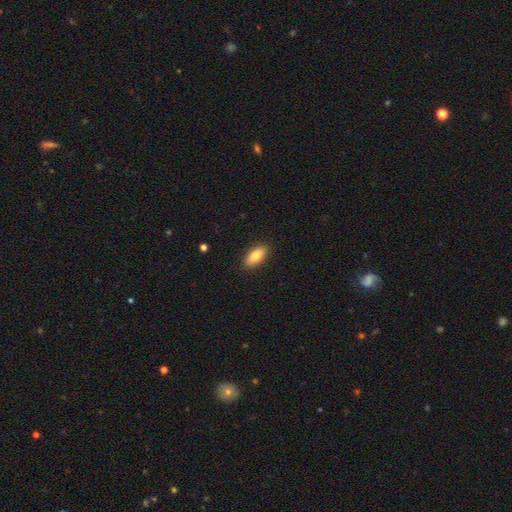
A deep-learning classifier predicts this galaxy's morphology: Smooth or featured: smooth — 80% (featured or disk — 14%)
How rounded: in between — 82% (cigar-shaped — 15%)
Merging: none — 89% (minor disturbance — 8%)